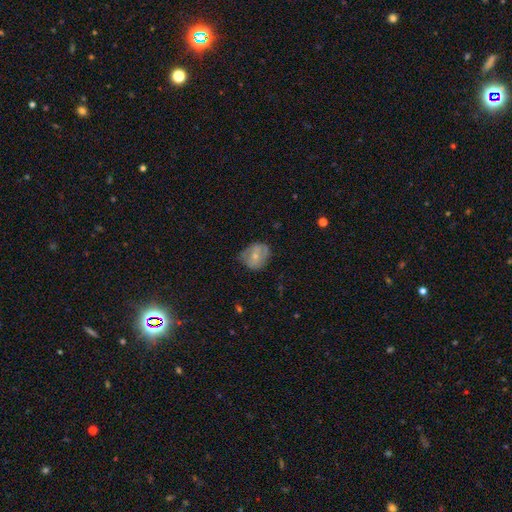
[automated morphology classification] This is possibly a smooth galaxy (50%). Merging: possibly none (59%).